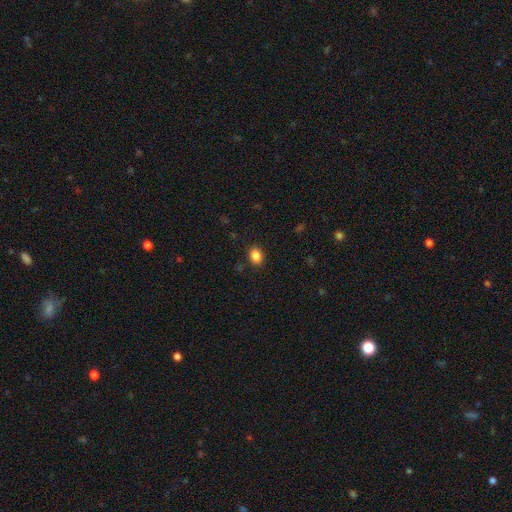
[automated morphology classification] Smooth or featured? smooth (87%)
How rounded? in between (60%)
Merging? none (88%)